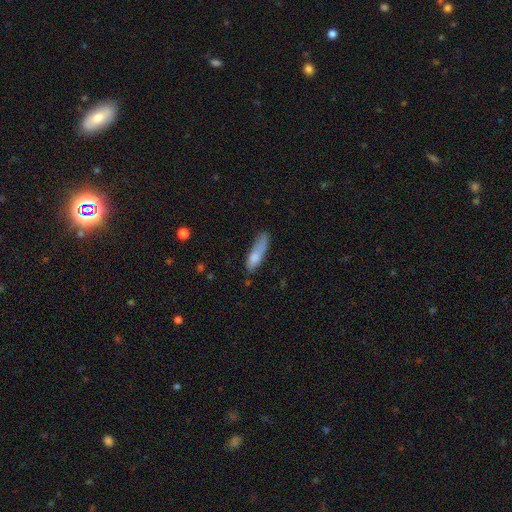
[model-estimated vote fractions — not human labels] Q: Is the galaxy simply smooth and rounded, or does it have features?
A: smooth — 77%.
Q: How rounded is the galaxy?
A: cigar-shaped — 64%.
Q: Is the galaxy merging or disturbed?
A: none — 49%.